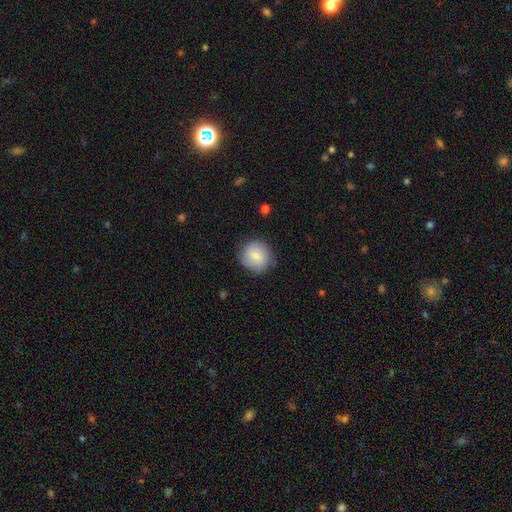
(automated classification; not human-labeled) Smooth or featured?
  - smooth: 74% *
  - featured or disk: 19%
  - star or artifact: 7%
How rounded?
  - round: 88% *
  - in between: 11%
  - cigar-shaped: 1%
Merging?
  - none: 82% *
  - minor disturbance: 14%
  - major disturbance: 4%
  - merger: 1%